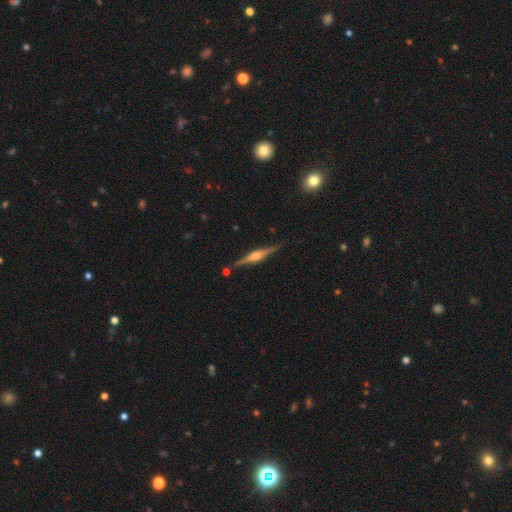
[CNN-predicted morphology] Smooth or featured?
  - featured or disk: 83% *
  - smooth: 11%
  - star or artifact: 6%
Edge-on disk?
  - yes: 98% *
  - no: 2%
Edge-on bulge?
  - rounded: 90% *
  - boxy: 7%
  - none: 3%
Merging?
  - none: 87% *
  - minor disturbance: 8%
  - merger: 3%
  - major disturbance: 2%